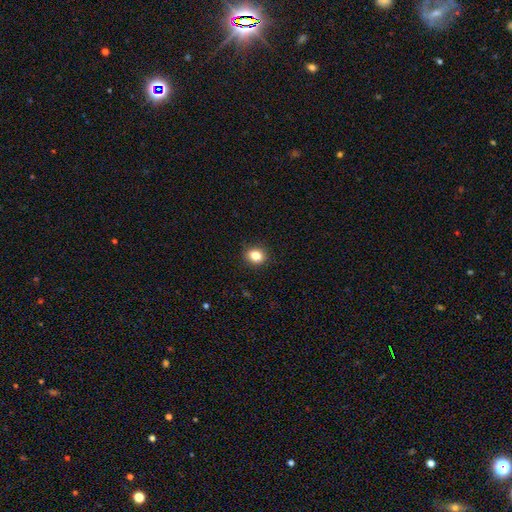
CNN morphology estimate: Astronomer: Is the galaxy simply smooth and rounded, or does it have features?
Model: smooth — 84%.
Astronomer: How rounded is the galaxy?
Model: round — 62% (runner-up: in between, 37%).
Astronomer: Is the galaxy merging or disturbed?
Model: none — 90%.